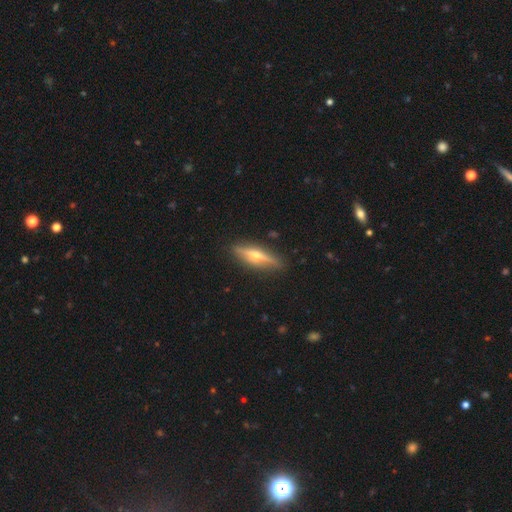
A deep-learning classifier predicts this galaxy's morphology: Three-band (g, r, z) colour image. It shows a featured or disk galaxy (70%) viewed edge-on (95%) with a rounded central bulge (93%). Merging: none (89%).